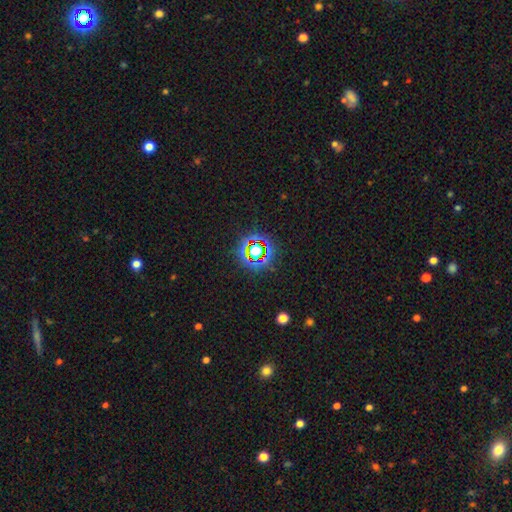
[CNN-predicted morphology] Overall: star or artifact (67%).